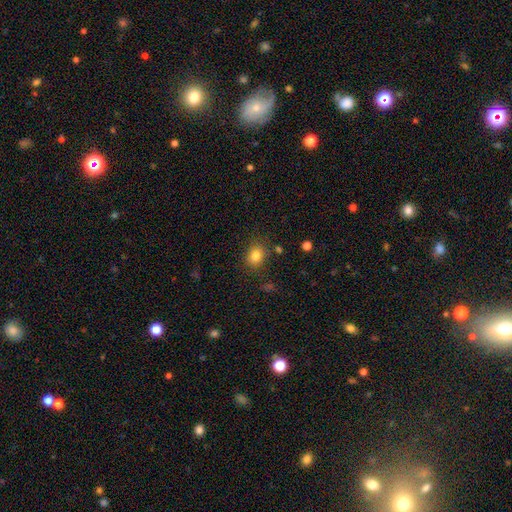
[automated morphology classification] This appears to be a smooth galaxy with no disk features (82%) that is in between round and cigar-shaped (52%). Merging: none (82%).